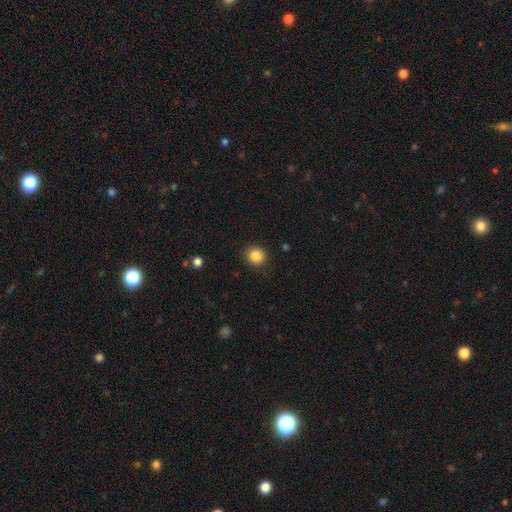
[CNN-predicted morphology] smooth 85%, star or artifact 10%, featured or disk 4%. Down the decision tree: how rounded — round (88%); merging — none (90%).